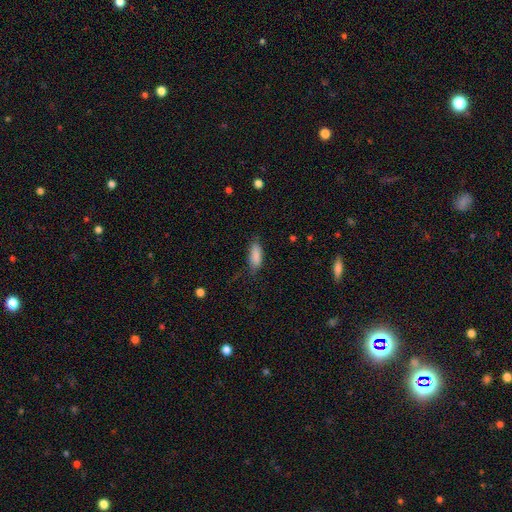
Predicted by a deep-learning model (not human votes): Smooth or featured? Predicted: smooth (p=0.85). How rounded? Predicted: in between (p=0.73). Merging? Predicted: none (p=0.68).